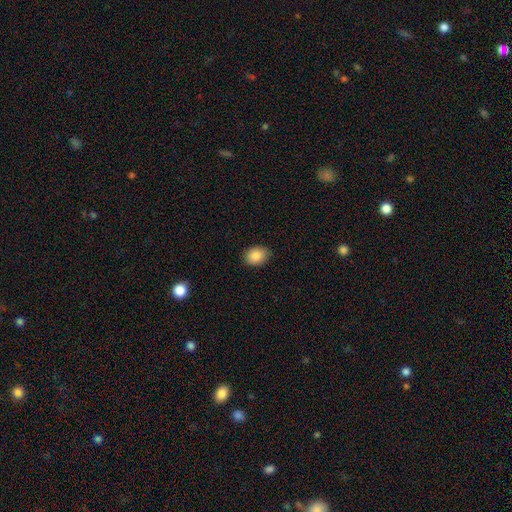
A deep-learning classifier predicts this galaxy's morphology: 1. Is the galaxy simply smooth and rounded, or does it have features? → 87% smooth, 8% star or artifact, 5% featured or disk.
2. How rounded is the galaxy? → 64% in between, 36% round, 1% cigar-shaped.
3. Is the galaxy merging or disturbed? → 86% none, 11% minor disturbance, 2% major disturbance, 1% merger.